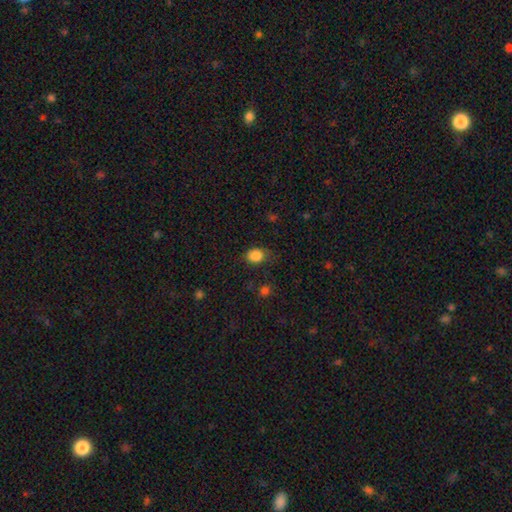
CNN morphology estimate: Smooth or featured?
  - smooth: 85% *
  - star or artifact: 10%
  - featured or disk: 5%
How rounded?
  - round: 52% *
  - in between: 47%
  - cigar-shaped: 1%
Merging?
  - none: 70% *
  - minor disturbance: 22%
  - major disturbance: 6%
  - merger: 2%